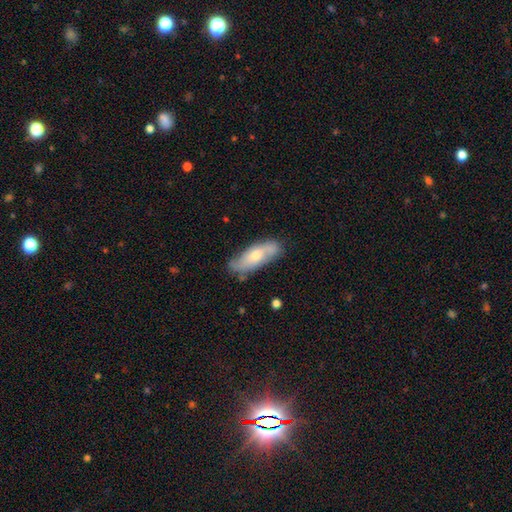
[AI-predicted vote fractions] This is possibly a featured or disk galaxy (47%). Merging: likely none (71%).